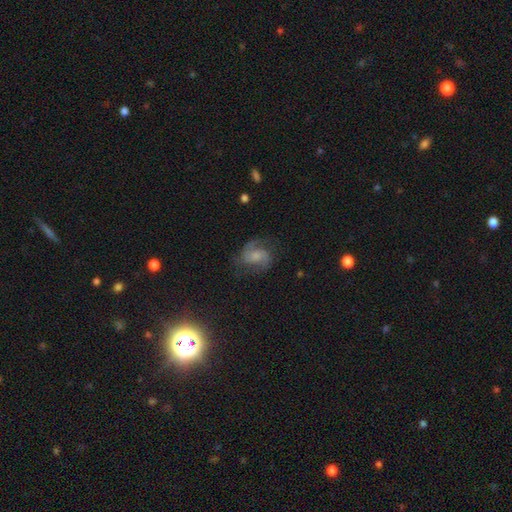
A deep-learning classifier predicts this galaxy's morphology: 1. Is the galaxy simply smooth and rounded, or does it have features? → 76% featured or disk, 15% smooth, 8% star or artifact.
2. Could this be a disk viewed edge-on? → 98% no, 2% yes.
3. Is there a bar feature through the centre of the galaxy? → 51% no, 40% weak, 9% strong.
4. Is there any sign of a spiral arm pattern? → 95% yes, 5% no.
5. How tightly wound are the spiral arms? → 54% medium, 28% loose, 18% tight.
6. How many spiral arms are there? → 88% 2, 5% can't tell, 3% 1, 2% 3, 1% 4, 1% more than 4.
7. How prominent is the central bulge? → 34% small, 30% moderate, 24% none, 9% large, 2% dominant.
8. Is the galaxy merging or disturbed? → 69% none, 17% minor disturbance, 12% major disturbance, 2% merger.